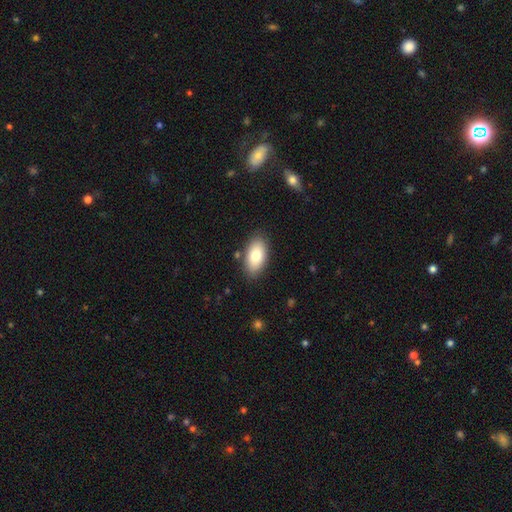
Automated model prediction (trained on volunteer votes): smooth-or-featured: smooth: 78% | featured or disk: 15% | star or artifact: 7%
  how-rounded: in between: 94% | round: 4% | cigar-shaped: 2%
  merging: none: 85% | minor disturbance: 10% | major disturbance: 2% | merger: 2%